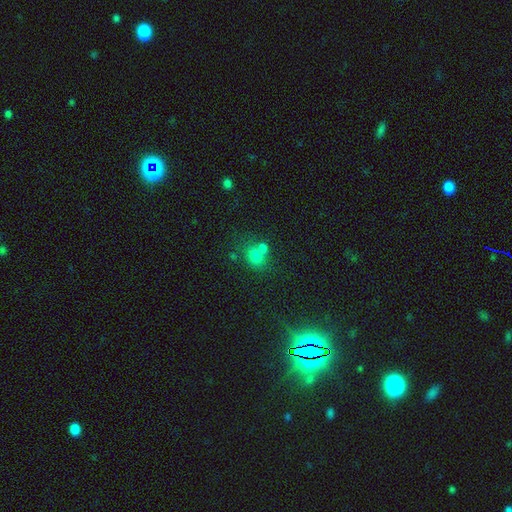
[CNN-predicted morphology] The model was most divided on "merging": none: 44%, merger: 40%, minor disturbance: 11%, major disturbance: 5%. More confident: smooth or featured — smooth (73%); how rounded — round (59%).